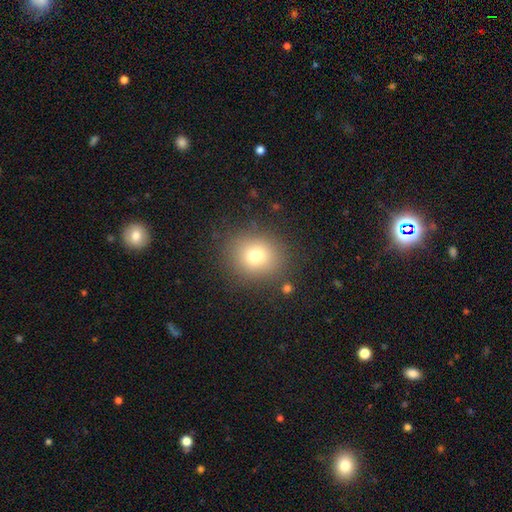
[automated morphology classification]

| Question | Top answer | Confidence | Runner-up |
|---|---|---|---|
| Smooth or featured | smooth | 75% | star or artifact (14%) |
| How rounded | round | 77% | in between (22%) |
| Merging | none | 85% | minor disturbance (9%) |